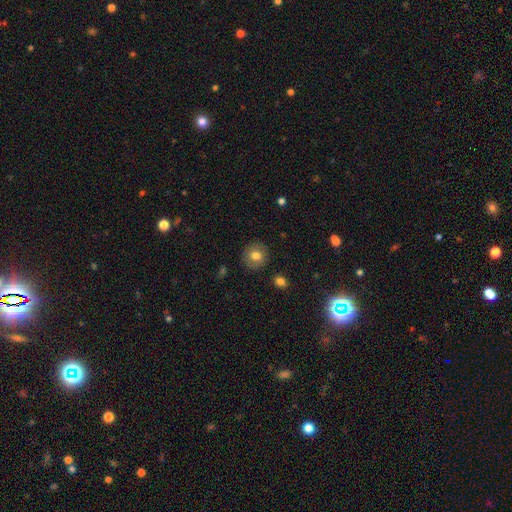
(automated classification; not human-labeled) A smooth galaxy with no disk features (76%) that is round (89%).

Vote fractions:
- Smooth or featured? smooth: 76% / featured or disk: 15% / star or artifact: 9%
- How rounded? round: 89% / in between: 10% / cigar-shaped: 1%
- Merging? none: 89% / minor disturbance: 7% / major disturbance: 2% / merger: 1%